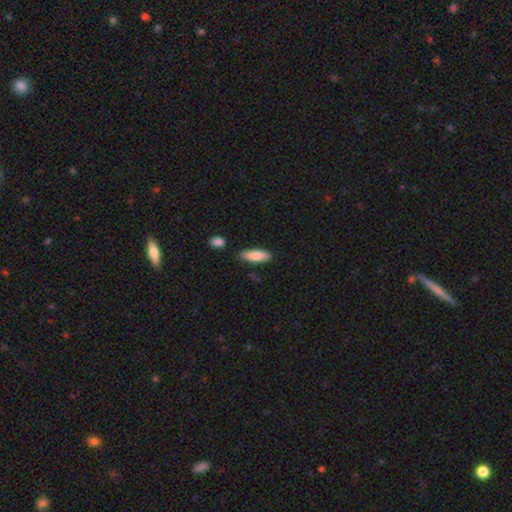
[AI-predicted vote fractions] Smooth or featured: smooth — 85% (featured or disk — 9%)
How rounded: in between — 57% (cigar-shaped — 41%)
Merging: none — 81% (minor disturbance — 13%)